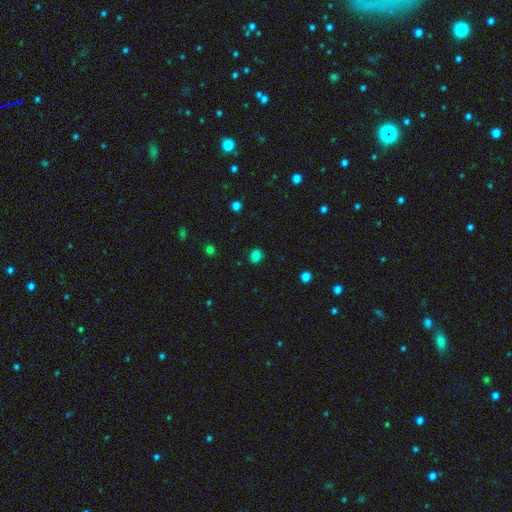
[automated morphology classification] A smooth galaxy with no disk features (82%) that is round (65%).

Vote fractions:
- Smooth or featured? smooth: 82% / star or artifact: 14% / featured or disk: 4%
- How rounded? round: 65% / in between: 34% / cigar-shaped: 1%
- Merging? none: 88% / minor disturbance: 8% / major disturbance: 2% / merger: 1%